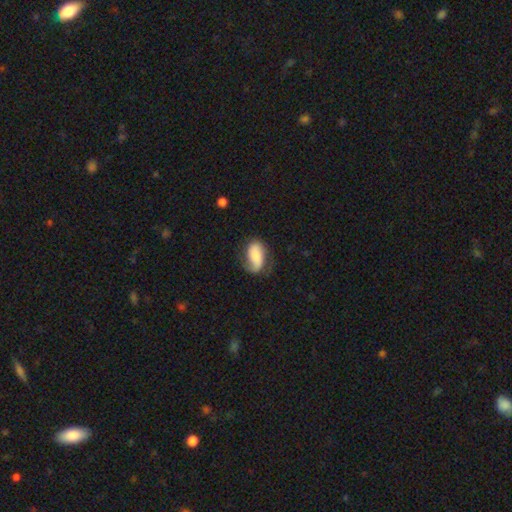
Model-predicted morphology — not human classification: smooth_or_featured: smooth (p=0.52) [alt: featured or disk p=0.41]
how_rounded: in between (p=0.91) [alt: round p=0.06]
merging: none (p=0.54) [alt: minor disturbance p=0.28]